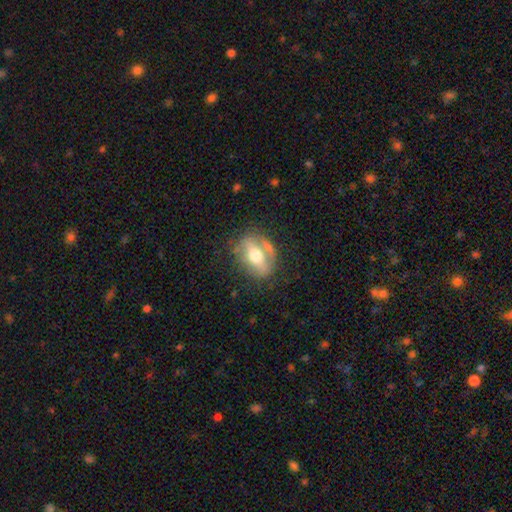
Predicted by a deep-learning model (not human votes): A featured or disk galaxy (54%). Merging: none (63%).